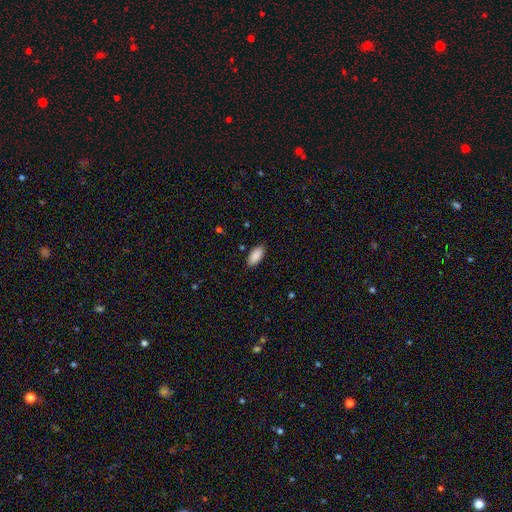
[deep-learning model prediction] A smooth galaxy with no disk features (90%) that is in between round and cigar-shaped (91%).

Vote fractions:
- Smooth or featured? smooth: 90% / star or artifact: 6% / featured or disk: 4%
- How rounded? in between: 91% / cigar-shaped: 8% / round: 2%
- Merging? none: 88% / minor disturbance: 9% / major disturbance: 2% / merger: 1%